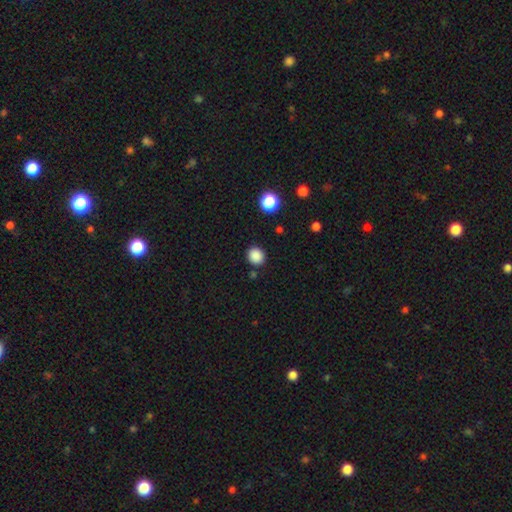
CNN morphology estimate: Smooth or featured?
  - smooth: 87% *
  - star or artifact: 10%
  - featured or disk: 3%
How rounded?
  - round: 79% *
  - in between: 20%
  - cigar-shaped: 1%
Merging?
  - none: 88% *
  - minor disturbance: 8%
  - merger: 2%
  - major disturbance: 2%